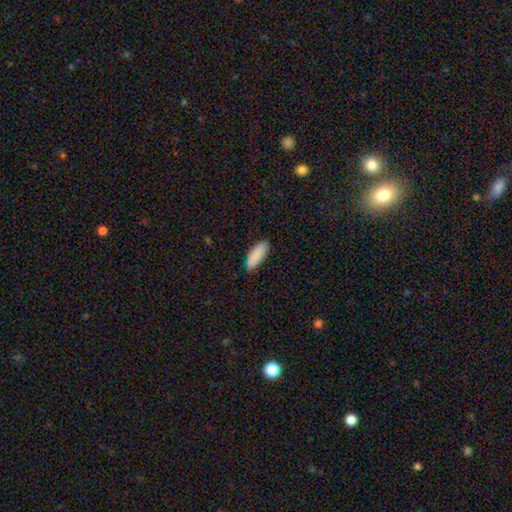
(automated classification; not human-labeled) Smooth or featured?
  - smooth: 89% *
  - star or artifact: 6%
  - featured or disk: 5%
How rounded?
  - in between: 74% *
  - cigar-shaped: 25%
  - round: 2%
Merging?
  - none: 84% *
  - minor disturbance: 13%
  - major disturbance: 2%
  - merger: 1%